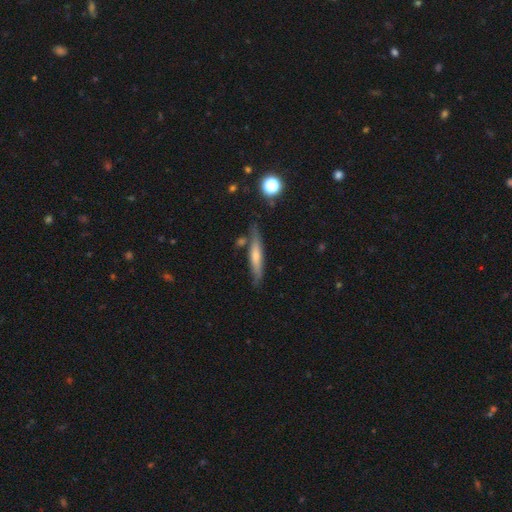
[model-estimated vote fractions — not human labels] A featured or disk galaxy (48%). Merging: none (78%).